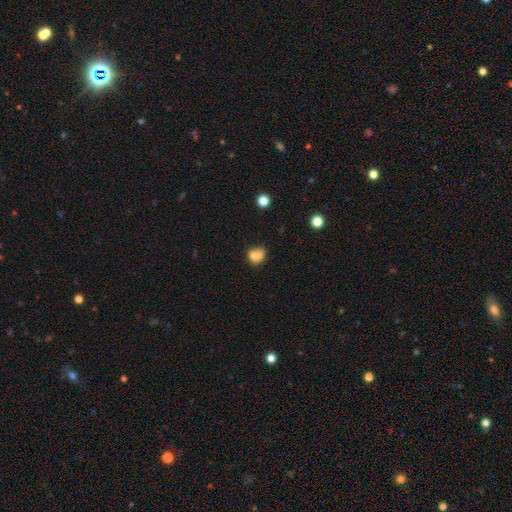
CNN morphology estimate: type=smooth (74%); roundness=round (65%); merging=none (41%).